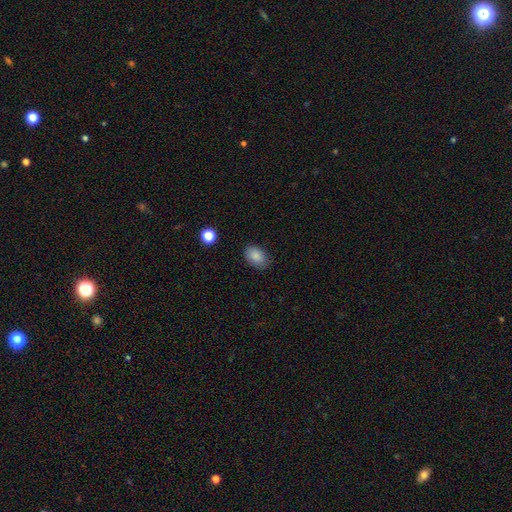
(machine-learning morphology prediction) smooth-or-featured: smooth: 86% | star or artifact: 9% | featured or disk: 5%
  how-rounded: in between: 82% | round: 17% | cigar-shaped: 1%
  merging: none: 79% | minor disturbance: 16% | major disturbance: 3% | merger: 1%